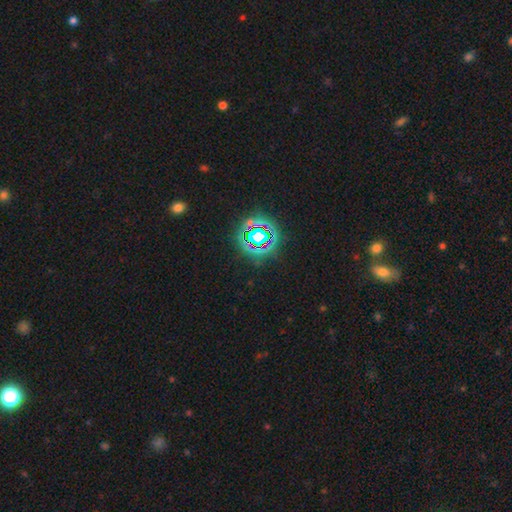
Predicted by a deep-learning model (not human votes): smooth-or-featured: star or artifact: 76% | smooth: 15% | featured or disk: 9%